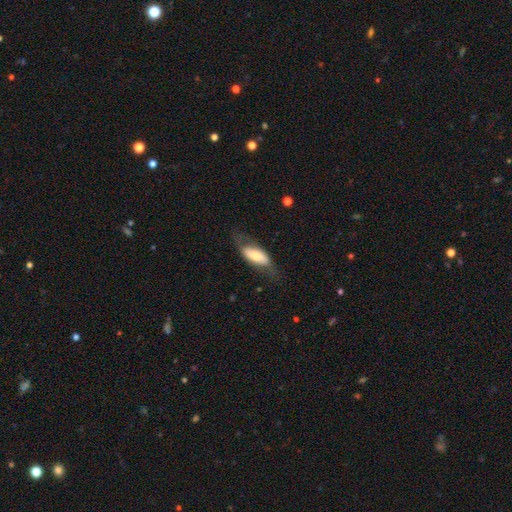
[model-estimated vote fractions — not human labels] Smooth or featured?
  - smooth: 57% *
  - featured or disk: 37%
  - star or artifact: 6%
How rounded?
  - in between: 78% *
  - cigar-shaped: 19%
  - round: 3%
Merging?
  - none: 60% *
  - minor disturbance: 24%
  - major disturbance: 15%
  - merger: 2%